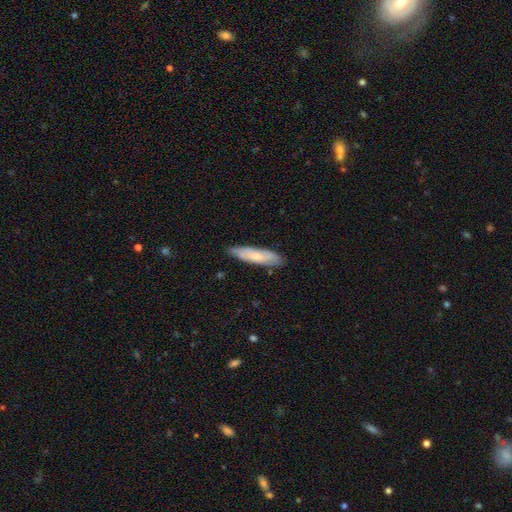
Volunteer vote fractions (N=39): A smooth galaxy with no disk features (62%) that is cigar-shaped (71%). Merging: none (81%).